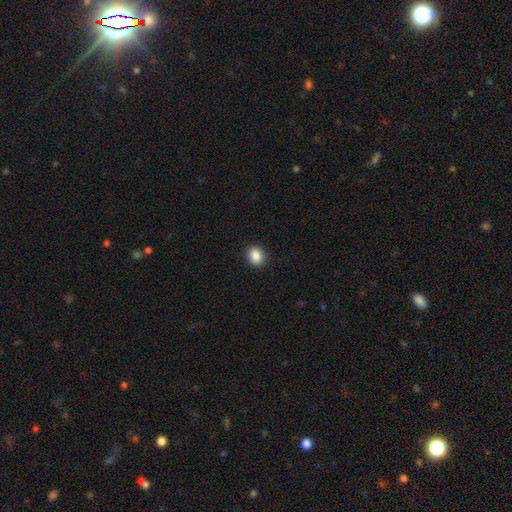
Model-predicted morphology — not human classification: Smooth or featured? smooth (88%)
How rounded? round (53%)
Merging? none (91%)